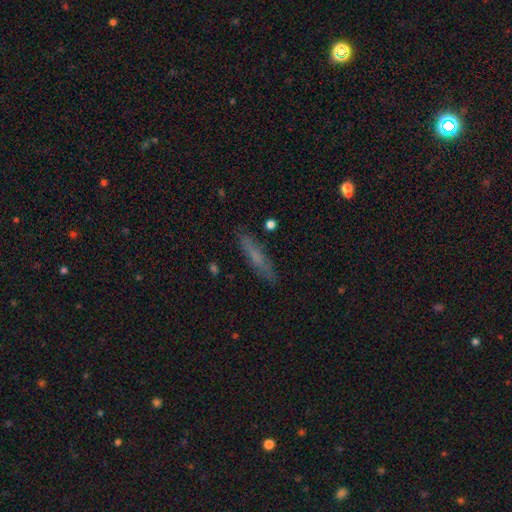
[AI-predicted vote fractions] This appears to be a smooth galaxy with no disk features (56%) that is cigar-shaped (85%). Merging: none (85%).